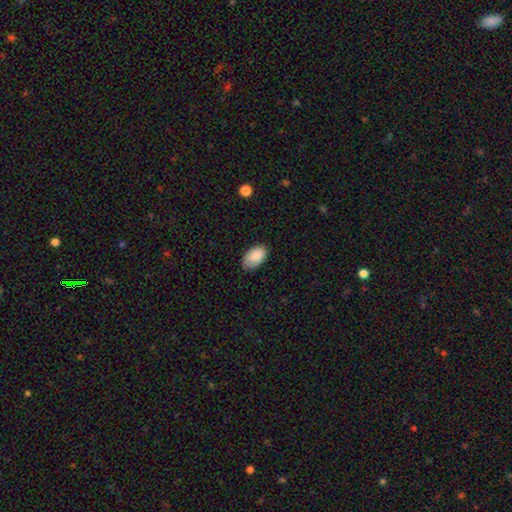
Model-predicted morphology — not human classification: This is clearly a smooth galaxy (88%). How rounded: clearly in between (94%). Merging: likely none (75%).